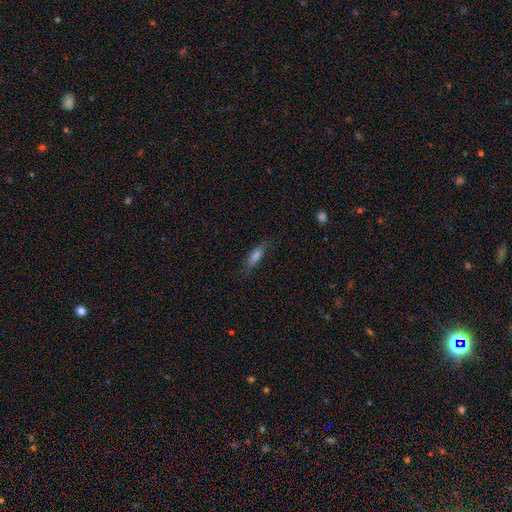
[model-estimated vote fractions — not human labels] The model was most divided on "how rounded": cigar-shaped: 57%, in between: 41%, round: 3%. More confident: merging — none (76%); smooth or featured — smooth (69%).